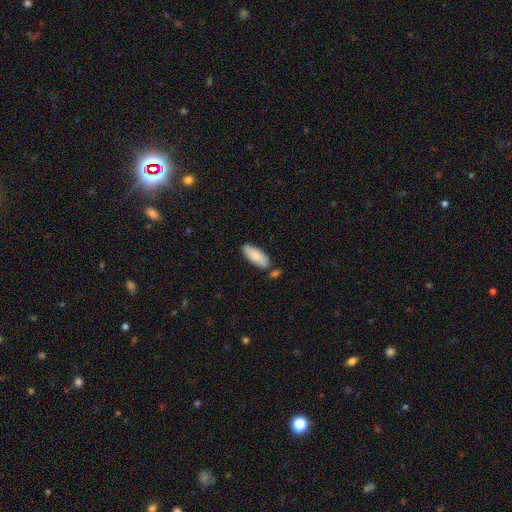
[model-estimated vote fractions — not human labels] Overall: smooth (81%). How rounded: in between (82%). Merging: none (66%).